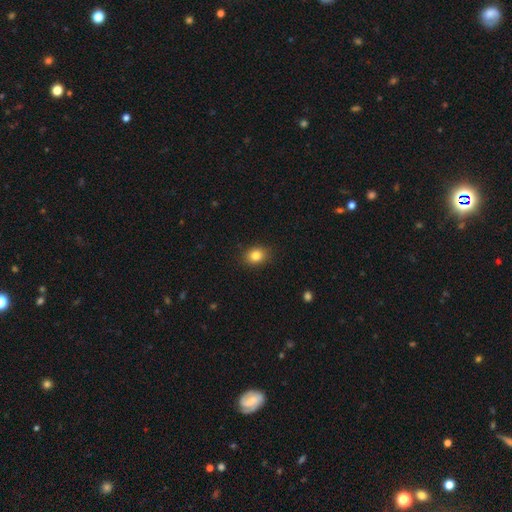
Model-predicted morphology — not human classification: The model was most divided on "how rounded": round: 54%, in between: 45%, cigar-shaped: 1%. More confident: merging — none (88%); smooth or featured — smooth (84%).